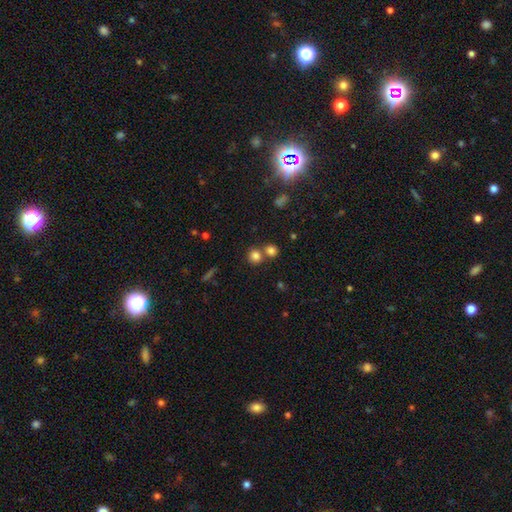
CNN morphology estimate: The model was most divided on "merging": none: 58%, merger: 32%, minor disturbance: 7%, major disturbance: 3%. More confident: how rounded — round (86%); smooth or featured — smooth (80%).